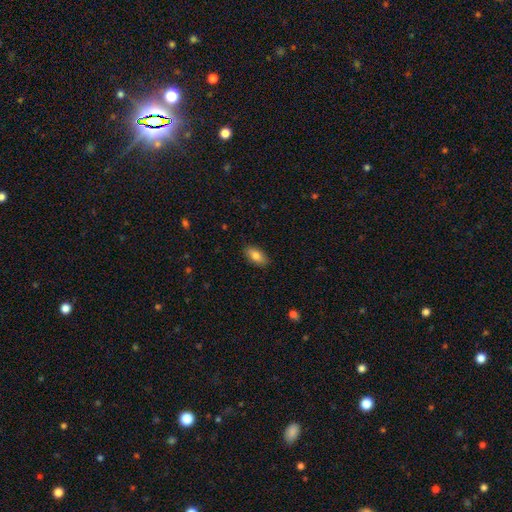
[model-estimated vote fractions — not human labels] smooth_or_featured: smooth (p=0.81) [alt: featured or disk p=0.12]
how_rounded: in between (p=0.91) [alt: cigar-shaped p=0.05]
merging: none (p=0.88) [alt: minor disturbance p=0.09]